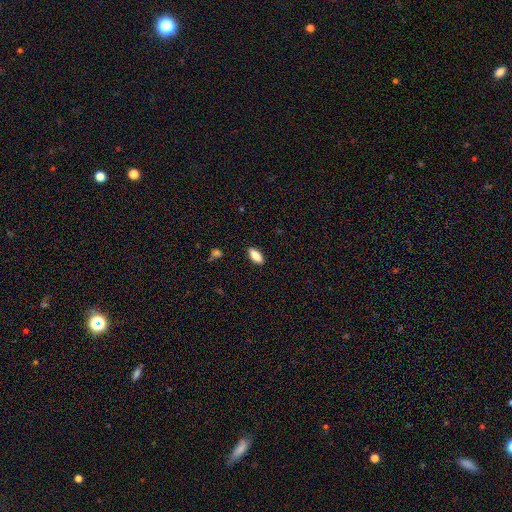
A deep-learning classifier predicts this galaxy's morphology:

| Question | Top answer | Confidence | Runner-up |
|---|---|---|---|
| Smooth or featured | smooth | 83% | featured or disk (10%) |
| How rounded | in between | 81% | cigar-shaped (16%) |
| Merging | none | 89% | minor disturbance (8%) |